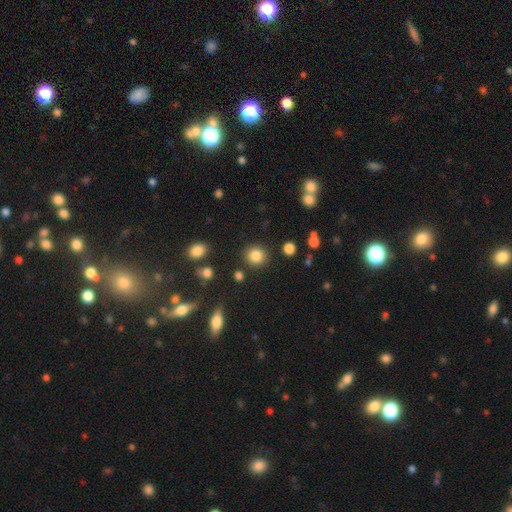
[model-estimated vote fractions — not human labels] This appears to be a smooth galaxy with no disk features (85%) that is round (88%). Merging: none (87%).